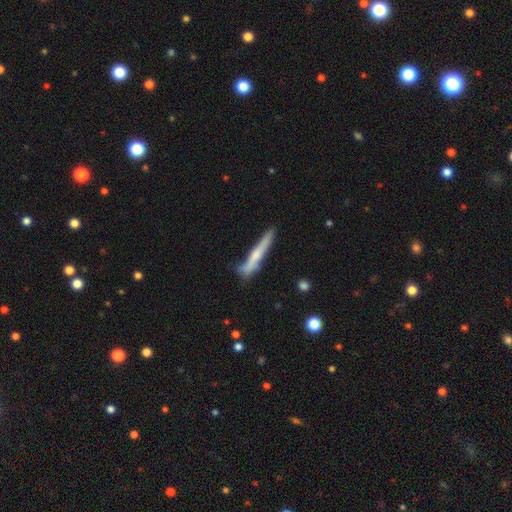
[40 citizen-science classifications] Volunteers were most divided on "smooth or featured": featured or disk: 50%, smooth: 42%, star or artifact: 8%. More confident: edge-on disk — yes (95%); merging — none (65%); edge-on bulge — rounded (53%).